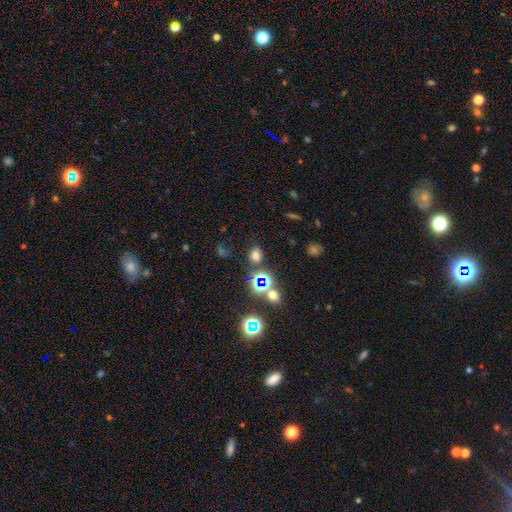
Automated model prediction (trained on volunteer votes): smooth_or_featured: smooth (p=0.62) [alt: star or artifact p=0.30]
how_rounded: round (p=0.49) [tied with: in between p=0.49]
merging: none (p=0.78) [alt: minor disturbance p=0.11]